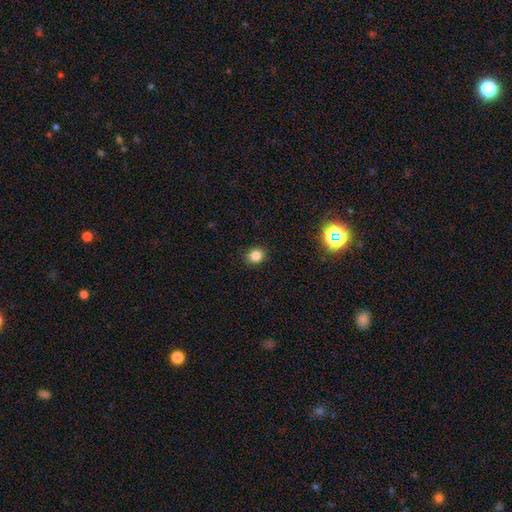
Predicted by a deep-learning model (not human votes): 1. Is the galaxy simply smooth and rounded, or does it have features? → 83% smooth, 12% star or artifact, 5% featured or disk.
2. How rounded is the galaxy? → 71% round, 28% in between, 1% cigar-shaped.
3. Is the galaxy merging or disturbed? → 88% none, 8% minor disturbance, 2% major disturbance, 1% merger.